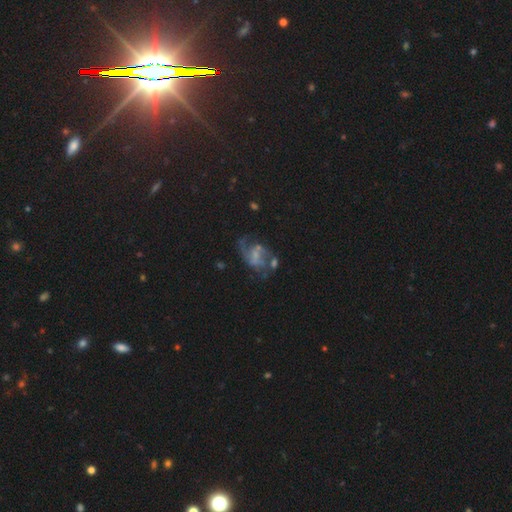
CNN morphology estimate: This appears to be a featured or disk galaxy (70%) with no bar (46%), 2 (69%) loose (50%) spiral arms (75%) and a small central bulge (40%). Merging: none (38%).